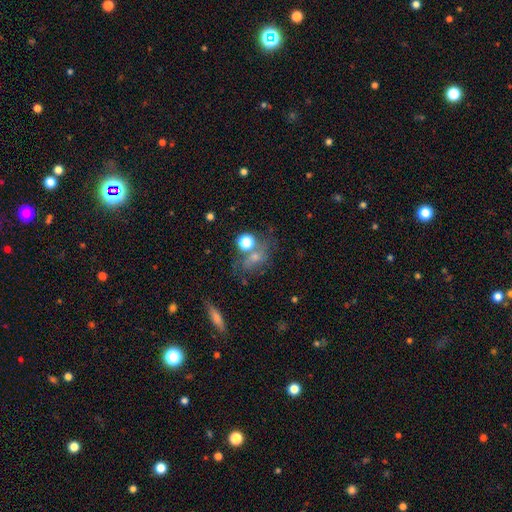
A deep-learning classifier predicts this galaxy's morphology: Q: Smooth or featured?
A: smooth (44%); runner-up: star or artifact (29%)
Q: Merging?
A: none (56%); runner-up: merger (17%)